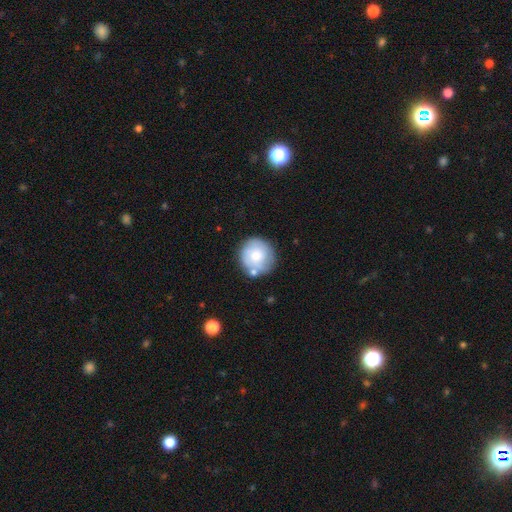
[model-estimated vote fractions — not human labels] Smooth or featured? Predicted: smooth (p=0.65). How rounded? Predicted: round (p=0.91). Merging? Predicted: none (p=0.69).